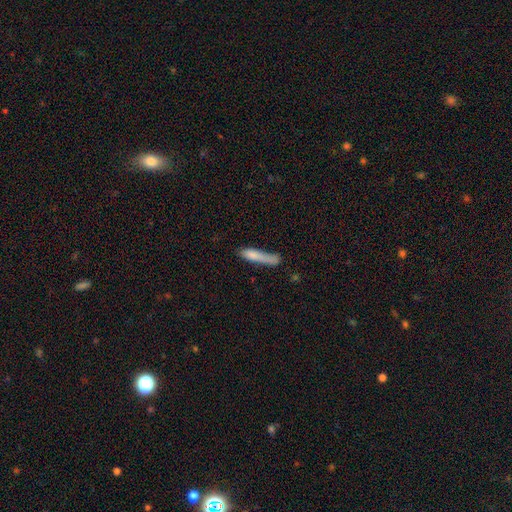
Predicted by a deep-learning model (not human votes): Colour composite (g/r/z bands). It shows a smooth galaxy with no disk features (76%) that is cigar-shaped (85%). Merging: none (45%).